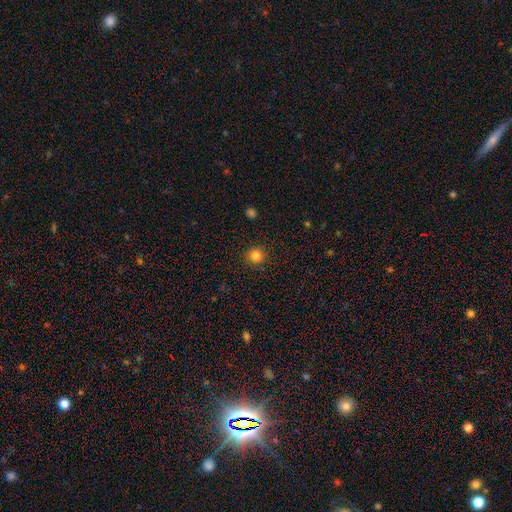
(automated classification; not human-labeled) Overall: smooth (83%). How rounded: round (94%). Merging: none (91%).